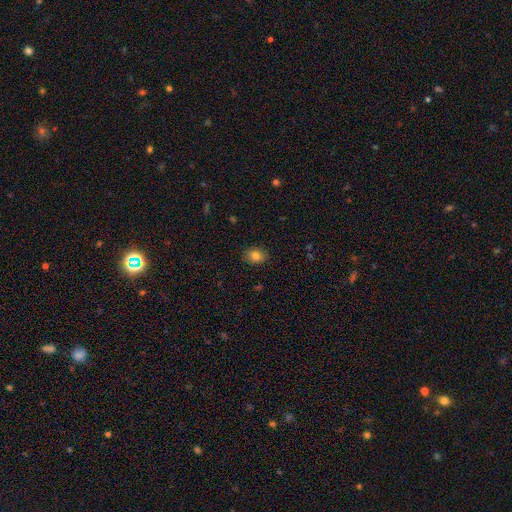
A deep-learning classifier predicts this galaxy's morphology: A smooth galaxy with no disk features (81%) that is in between round and cigar-shaped (54%). Merging: none (88%).